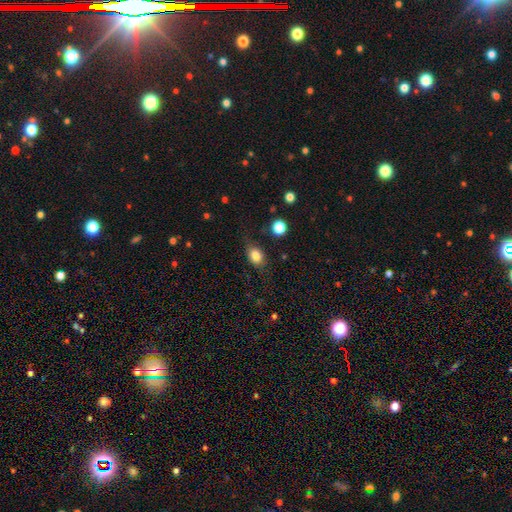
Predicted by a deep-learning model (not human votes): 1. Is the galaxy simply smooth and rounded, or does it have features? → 83% smooth, 9% star or artifact, 8% featured or disk.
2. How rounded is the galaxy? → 71% in between, 27% round, 2% cigar-shaped.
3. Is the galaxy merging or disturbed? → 76% none, 17% minor disturbance, 5% major disturbance, 2% merger.